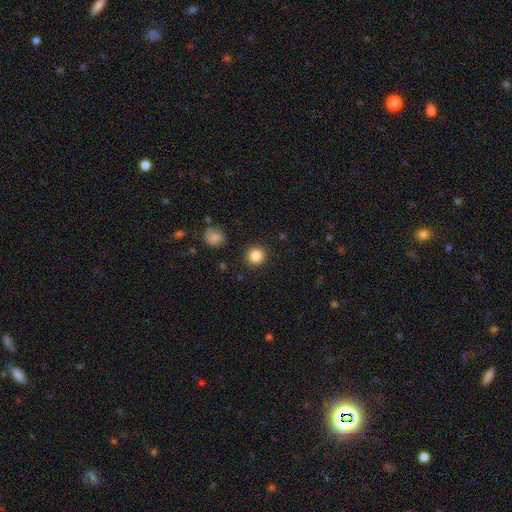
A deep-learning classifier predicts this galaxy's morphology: Smooth or featured? Predicted: smooth (p=0.85). How rounded? Predicted: round (p=0.90). Merging? Predicted: none (p=0.90).